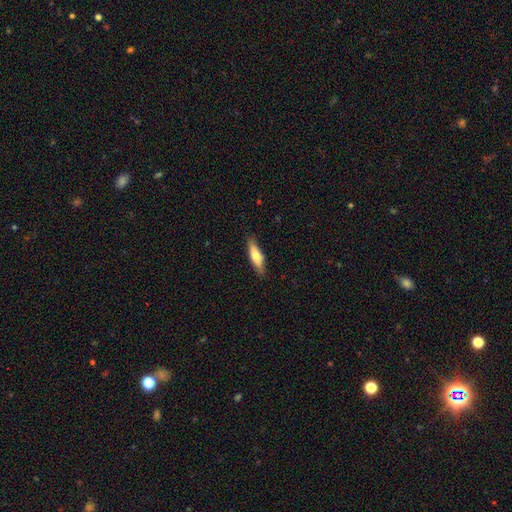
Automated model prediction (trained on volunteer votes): smooth-or-featured: smooth: 59% | featured or disk: 35% | star or artifact: 6%
  how-rounded: cigar-shaped: 61% | in between: 36% | round: 2%
  merging: none: 86% | minor disturbance: 11% | major disturbance: 2% | merger: 1%